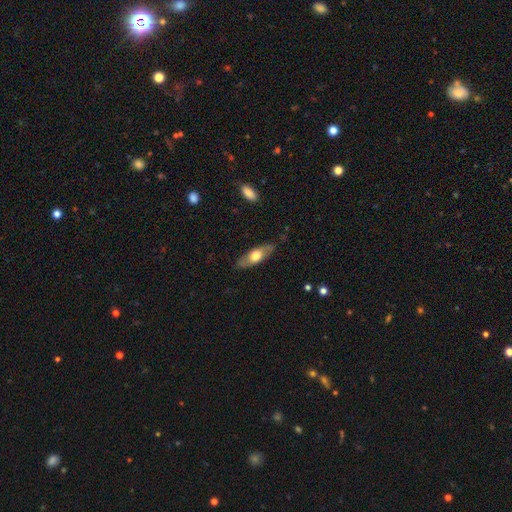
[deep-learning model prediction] Morphology: type=smooth (54%); roundness=in between (59%); merging=none (82%).